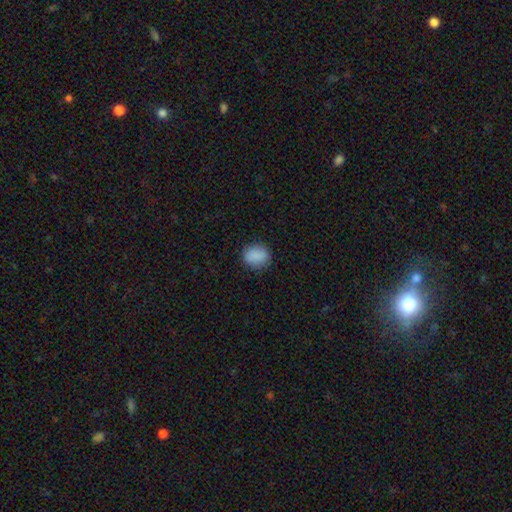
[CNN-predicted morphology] Smooth or featured? smooth (87%)
How rounded? round (56%)
Merging? none (83%)